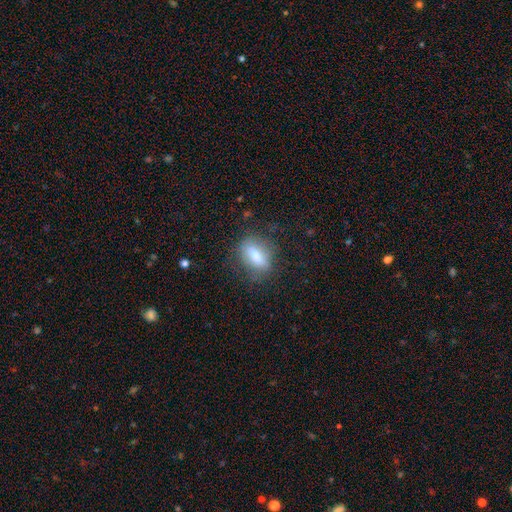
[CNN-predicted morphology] smooth_or_featured: smooth (p=0.67) [alt: featured or disk p=0.23]
how_rounded: in between (p=0.64) [alt: cigar-shaped p=0.25]
merging: none (p=0.75) [alt: minor disturbance p=0.16]